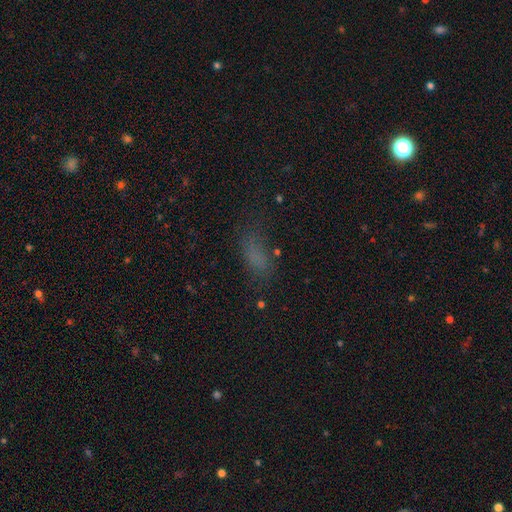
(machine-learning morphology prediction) A smooth galaxy with no disk features (67%) that is in between round and cigar-shaped (76%).

Vote fractions:
- Smooth or featured? smooth: 67% / star or artifact: 21% / featured or disk: 12%
- How rounded? in between: 76% / cigar-shaped: 19% / round: 5%
- Merging? none: 57% / minor disturbance: 22% / major disturbance: 17% / merger: 3%